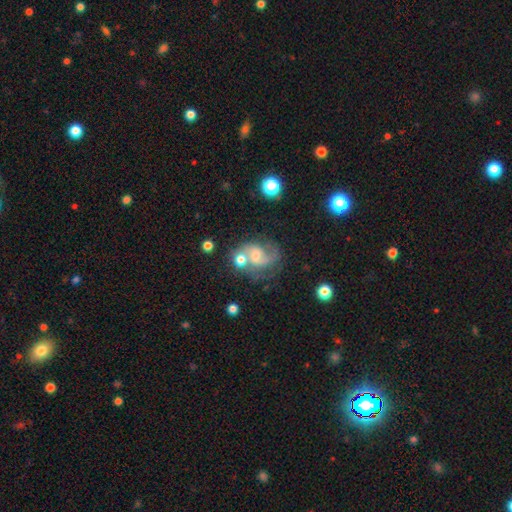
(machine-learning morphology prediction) Overall: featured or disk (71%). Edge-on disk: no (97%). Bar: no (49%; weak 42%). Spiral arms: yes (89%). Spiral arm count: 2 (73%). Spiral winding: medium (48%; loose 36%). Bulge size: moderate (44%, tied with small). Merging: none (42%; merger 25%).